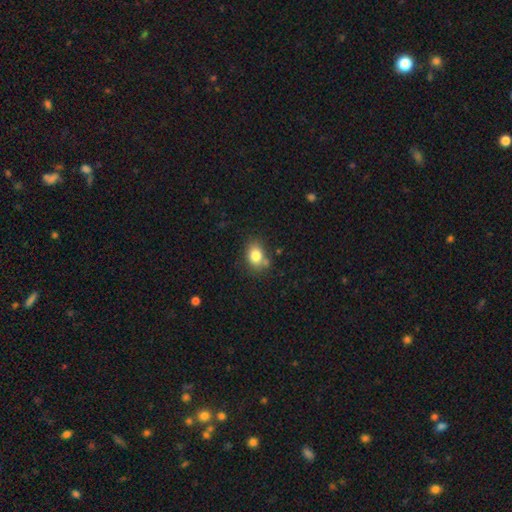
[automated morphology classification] smooth 82%, star or artifact 10%, featured or disk 8%. Down the decision tree: how rounded — in between (61%); merging — none (67%).